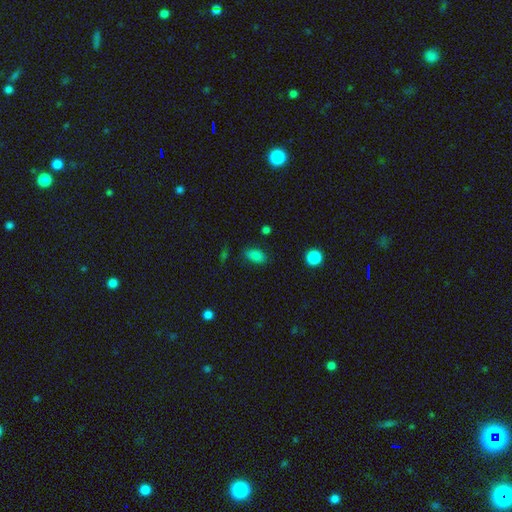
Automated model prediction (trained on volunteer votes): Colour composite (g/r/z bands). It shows a smooth galaxy with no disk features (83%) that is in between round and cigar-shaped (89%). Merging: none (78%).